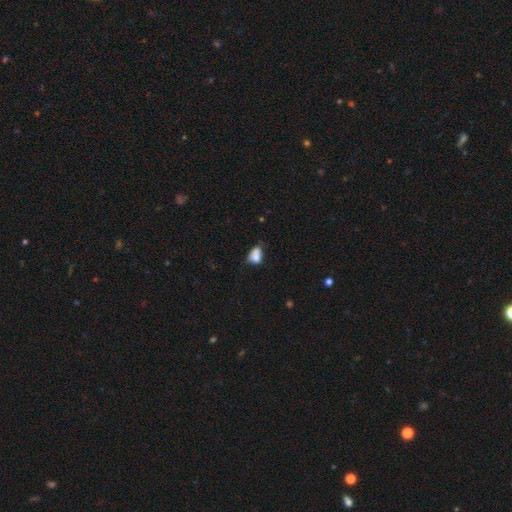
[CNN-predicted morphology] Smooth or featured? Predicted: smooth (p=0.76). How rounded? Predicted: in between (p=0.72). Merging? Predicted: none (p=0.32, tied with minor disturbance).